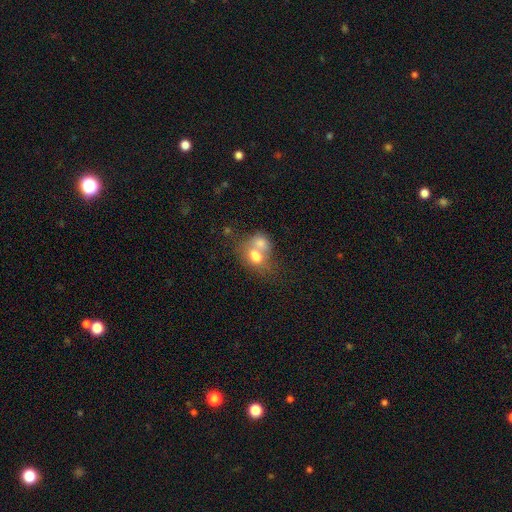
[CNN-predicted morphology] smooth-or-featured: smooth: 69% | featured or disk: 21% | star or artifact: 9%
  how-rounded: in between: 62% | round: 36% | cigar-shaped: 1%
  merging: merger: 67% | none: 19% | minor disturbance: 8% | major disturbance: 6%